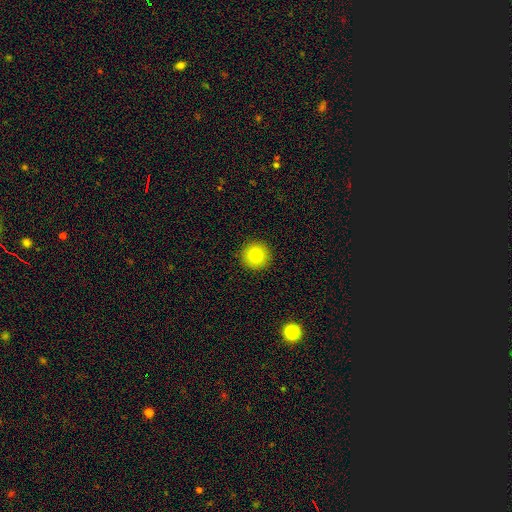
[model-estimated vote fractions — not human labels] Smooth or featured: smooth — 82% (star or artifact — 10%)
How rounded: round — 96% (in between — 3%)
Merging: none — 93% (minor disturbance — 5%)